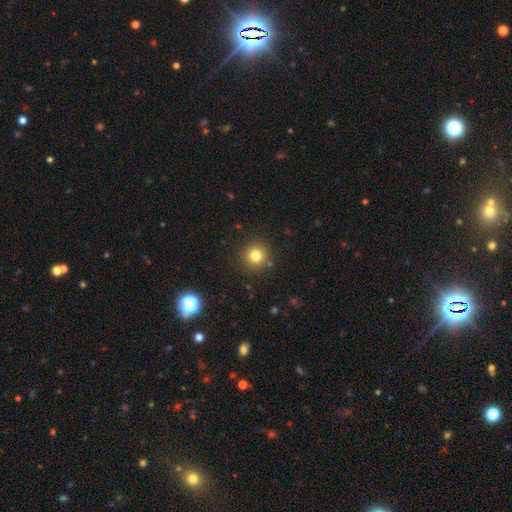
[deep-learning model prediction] A smooth galaxy with no disk features (79%) that is round (94%).

Vote fractions:
- Smooth or featured? smooth: 79% / star or artifact: 14% / featured or disk: 7%
- How rounded? round: 94% / in between: 5% / cigar-shaped: 1%
- Merging? none: 89% / minor disturbance: 6% / major disturbance: 2% / merger: 2%